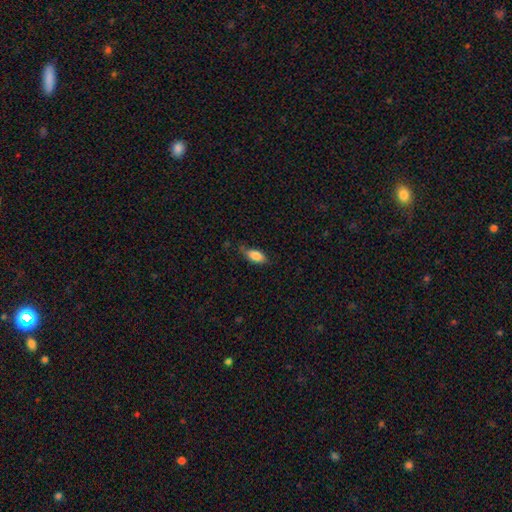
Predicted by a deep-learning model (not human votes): This is clearly a smooth galaxy (82%). How rounded: clearly in between (85%). Merging: likely none (68%).